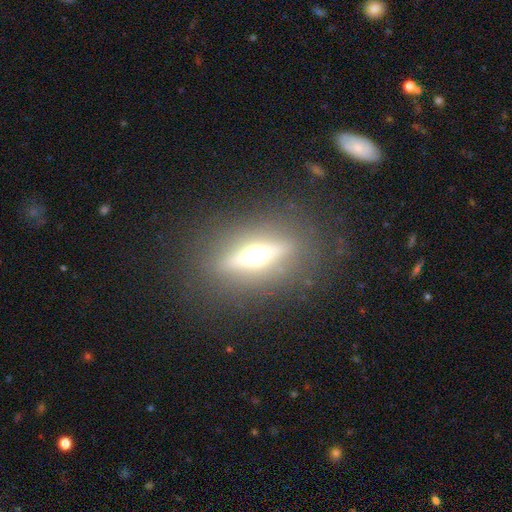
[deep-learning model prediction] Smooth or featured?
  - featured or disk: 64% *
  - smooth: 25%
  - star or artifact: 11%
Edge-on disk?
  - yes: 84% *
  - no: 16%
Edge-on bulge?
  - rounded: 96% *
  - boxy: 3%
  - none: 2%
Merging?
  - none: 86% *
  - minor disturbance: 8%
  - major disturbance: 5%
  - merger: 1%